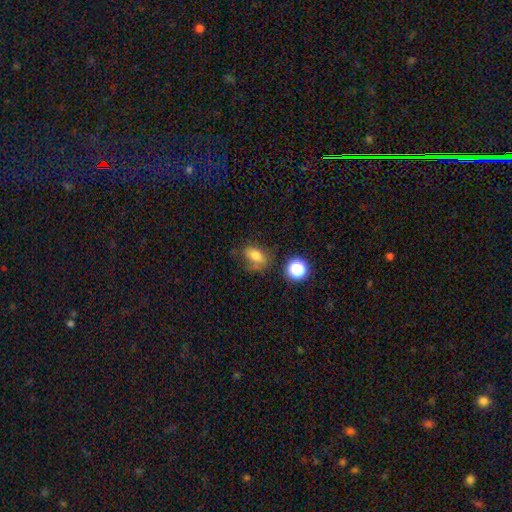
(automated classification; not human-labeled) This appears to be a smooth galaxy with no disk features (75%) that is in between round and cigar-shaped (79%). Merging: none (58%).